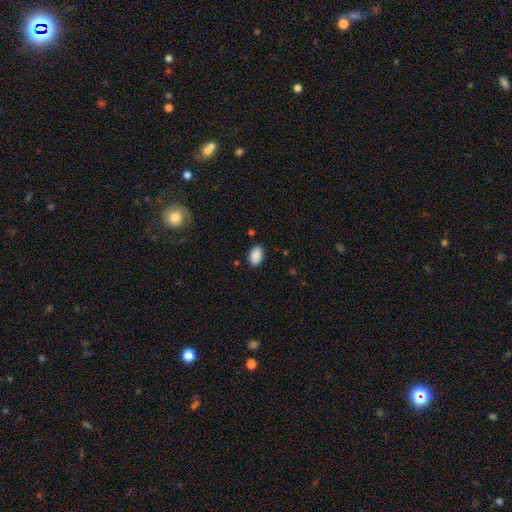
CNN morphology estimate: Smooth or featured? smooth (89%)
How rounded? in between (91%)
Merging? none (84%)